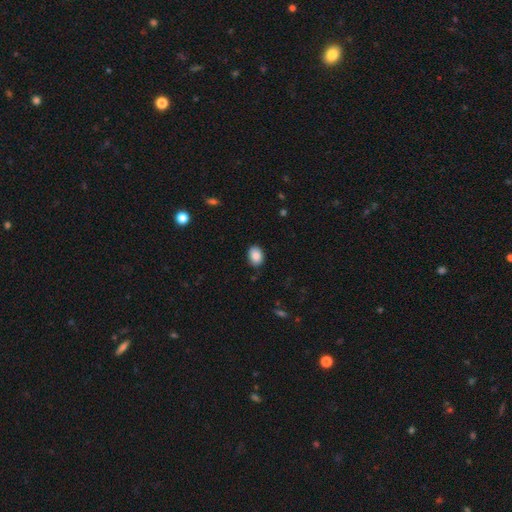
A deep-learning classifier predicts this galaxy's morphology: This appears to be a smooth galaxy with no disk features (88%) that is in between round and cigar-shaped (76%). Merging: none (85%).